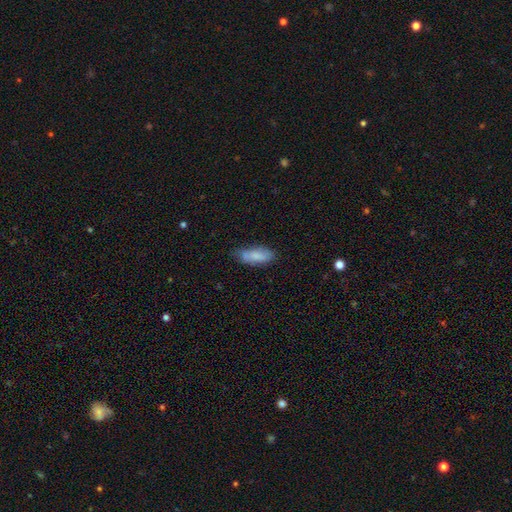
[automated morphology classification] smooth_or_featured: smooth (p=0.78) [alt: featured or disk p=0.15]
how_rounded: in between (p=0.71) [alt: cigar-shaped p=0.27]
merging: none (p=0.60) [alt: minor disturbance p=0.28]